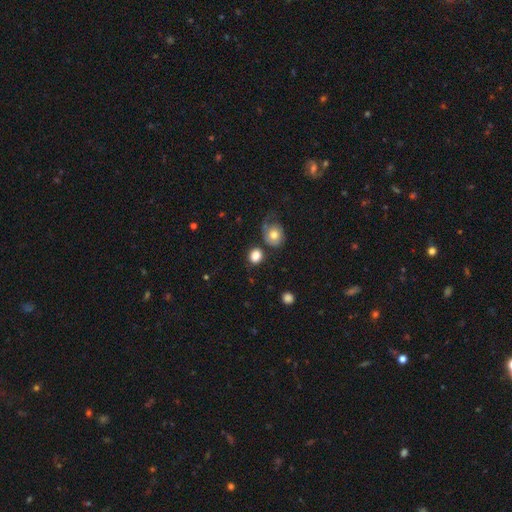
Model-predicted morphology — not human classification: type=smooth (83%); roundness=round (71%); merging=none (68%).